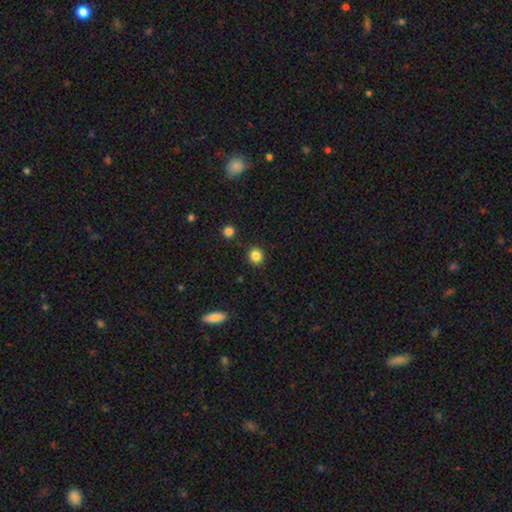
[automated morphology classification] Smooth or featured? Predicted: smooth (p=0.85). How rounded? Predicted: round (p=0.86). Merging? Predicted: none (p=0.89).